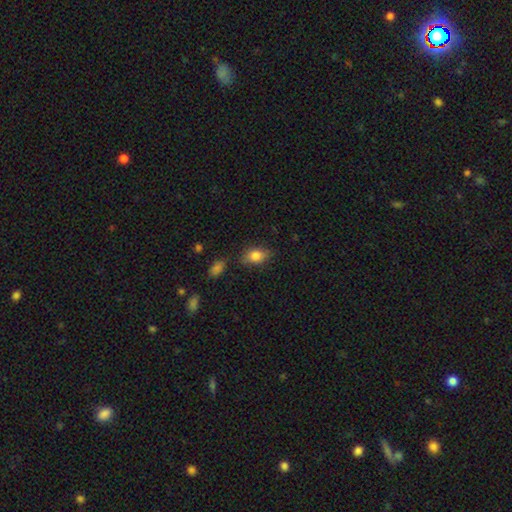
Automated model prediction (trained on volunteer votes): smooth 83%, star or artifact 9%, featured or disk 9%. Down the decision tree: how rounded — in between (81%); merging — none (75%).